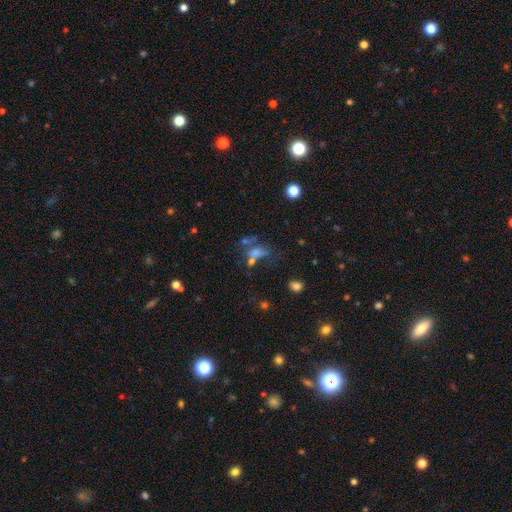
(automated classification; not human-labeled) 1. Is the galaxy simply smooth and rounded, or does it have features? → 42% smooth, 33% star or artifact, 25% featured or disk.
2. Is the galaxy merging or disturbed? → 37% none, 31% merger, 18% major disturbance, 14% minor disturbance.